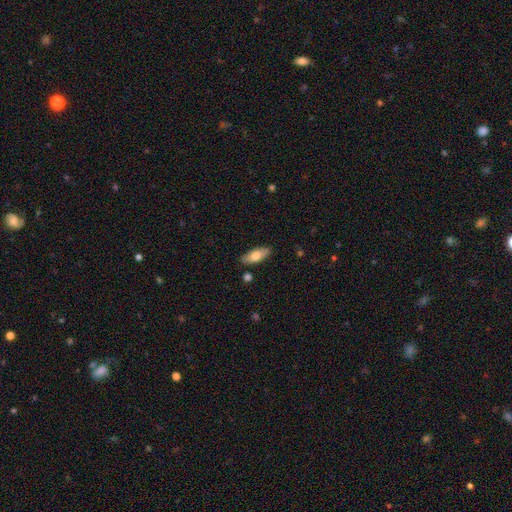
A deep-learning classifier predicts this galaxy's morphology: smooth 69%, featured or disk 25%, star or artifact 6%. Down the decision tree: how rounded — in between (76%); merging — none (86%).